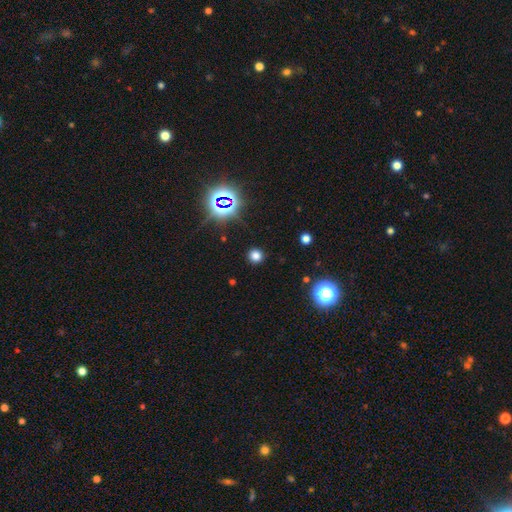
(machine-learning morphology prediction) Smooth or featured? smooth (71%)
How rounded? round (92%)
Merging? none (90%)